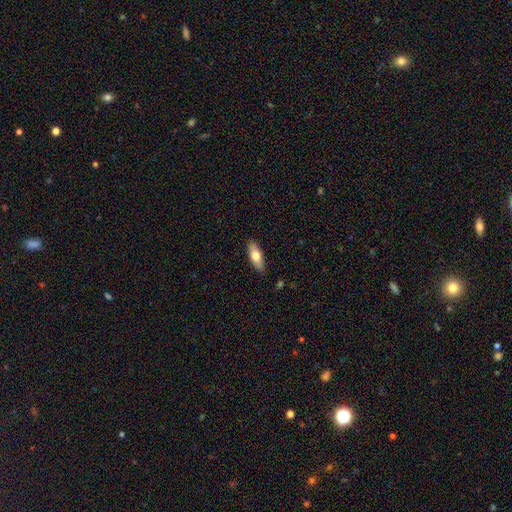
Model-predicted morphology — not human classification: A smooth galaxy with no disk features (70%) that is in between round and cigar-shaped (69%). Merging: none (87%).